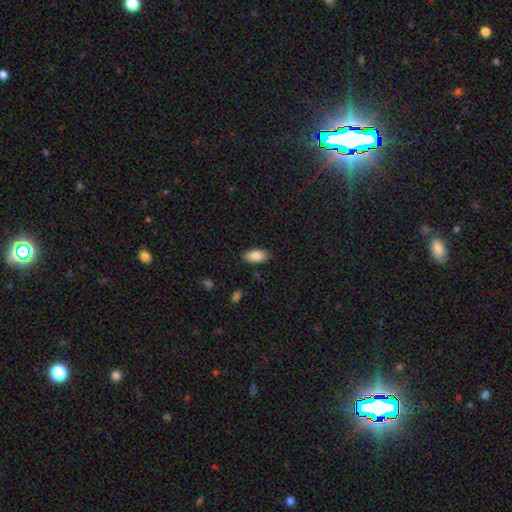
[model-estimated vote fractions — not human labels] Smooth or featured?
  - smooth: 87% *
  - star or artifact: 7%
  - featured or disk: 6%
How rounded?
  - in between: 93% *
  - cigar-shaped: 4%
  - round: 3%
Merging?
  - none: 87% *
  - minor disturbance: 10%
  - major disturbance: 2%
  - merger: 1%